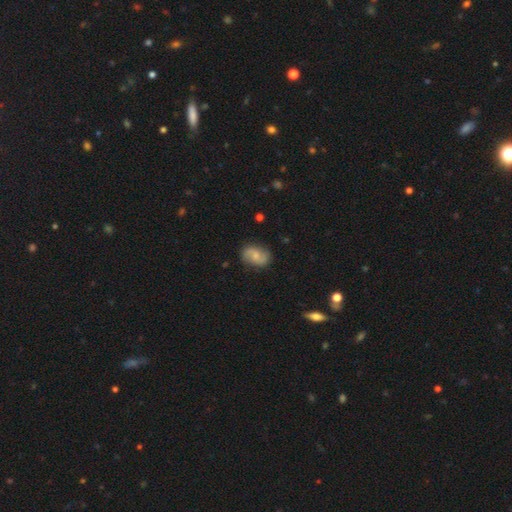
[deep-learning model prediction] This is possibly a featured or disk galaxy (58%). It is clearly not viewed edge-on (97%). Bar: possibly no (55%). Spiral arm pattern: clearly yes (91%). Spiral arm count: clearly 2 (89%). Spiral winding: possibly loose (45%). Central bulge: possibly small (45%). Merging: likely none (79%).